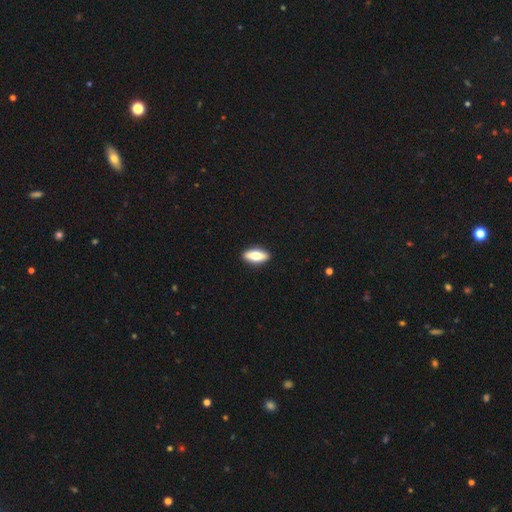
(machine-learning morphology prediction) smooth-or-featured: smooth: 66% | featured or disk: 28% | star or artifact: 6%
  how-rounded: in between: 73% | cigar-shaped: 24% | round: 3%
  merging: none: 91% | minor disturbance: 7% | major disturbance: 2% | merger: 1%